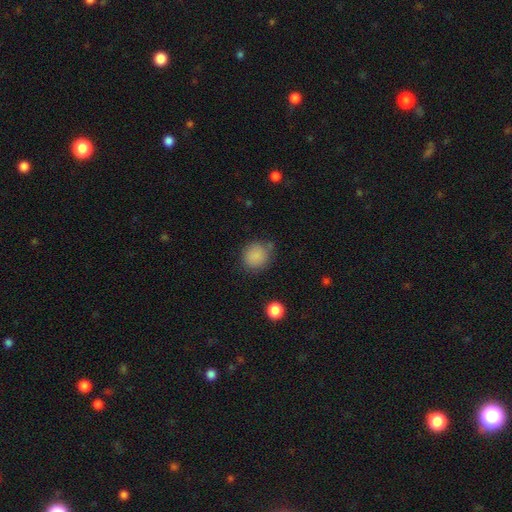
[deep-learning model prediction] Smooth or featured? smooth (85%)
How rounded? round (85%)
Merging? none (71%)